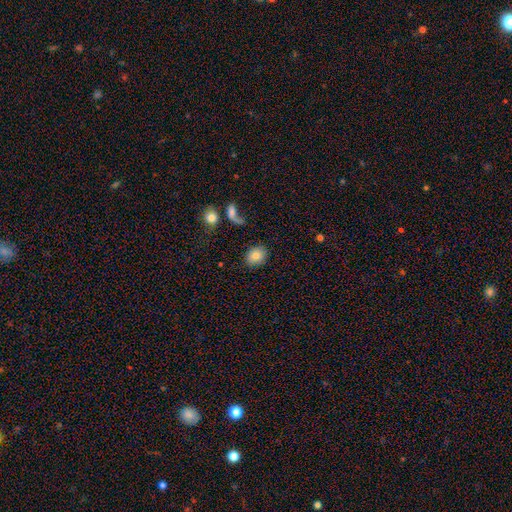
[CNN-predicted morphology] Smooth or featured? Predicted: smooth (p=0.81). How rounded? Predicted: round (p=0.56). Merging? Predicted: none (p=0.82).